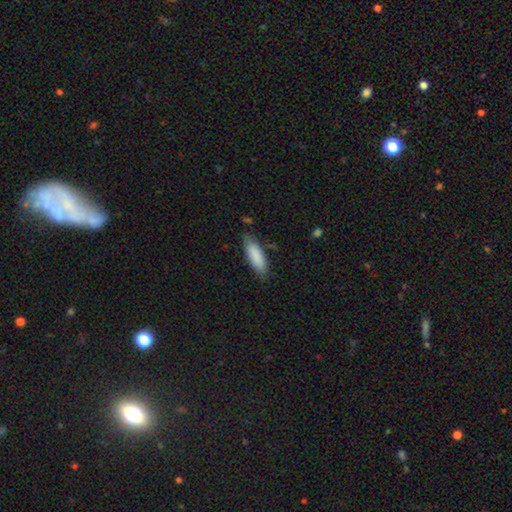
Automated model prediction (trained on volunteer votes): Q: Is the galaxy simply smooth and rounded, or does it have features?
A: smooth — 88%.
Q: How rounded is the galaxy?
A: in between — 64%.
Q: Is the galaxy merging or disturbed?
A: none — 77%.